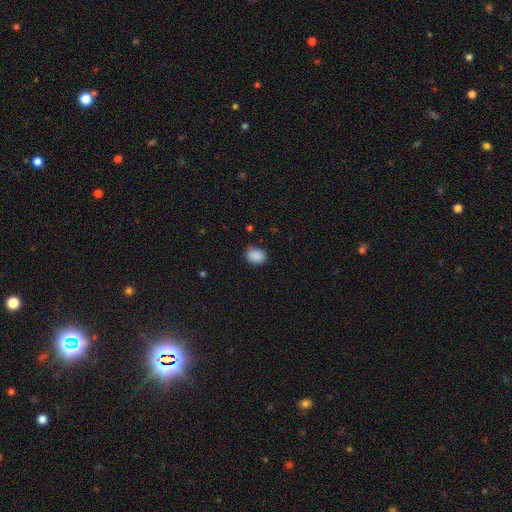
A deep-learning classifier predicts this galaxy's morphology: A smooth galaxy with no disk features (89%) that is in between round and cigar-shaped (56%). Merging: none (82%).